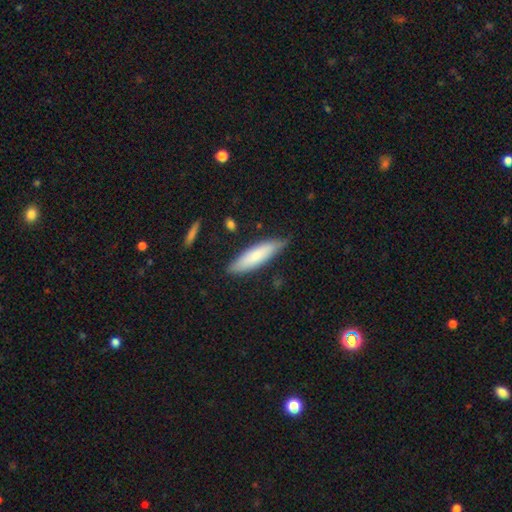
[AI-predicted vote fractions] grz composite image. It shows a smooth galaxy with no disk features (77%) that is cigar-shaped (64%). Merging: none (77%).